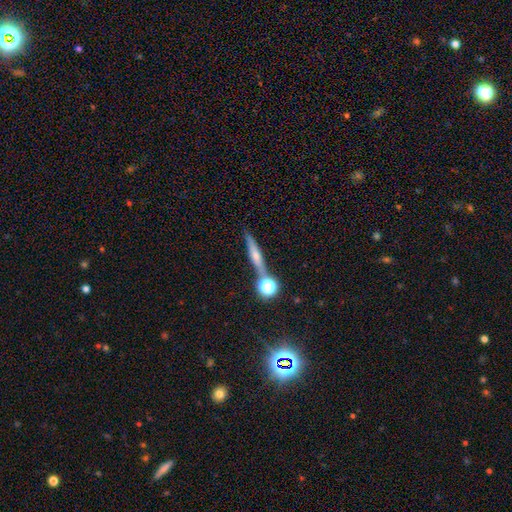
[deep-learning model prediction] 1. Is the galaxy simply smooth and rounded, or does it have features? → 54% featured or disk, 28% smooth, 19% star or artifact.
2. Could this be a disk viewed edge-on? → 93% yes, 7% no.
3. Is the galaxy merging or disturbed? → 76% none, 11% merger, 9% minor disturbance, 3% major disturbance.